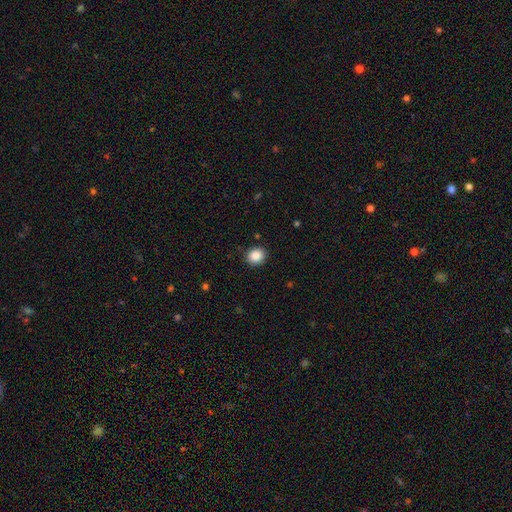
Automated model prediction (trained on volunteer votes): This appears to be a smooth galaxy with no disk features (87%) that is round (74%). Merging: none (90%).